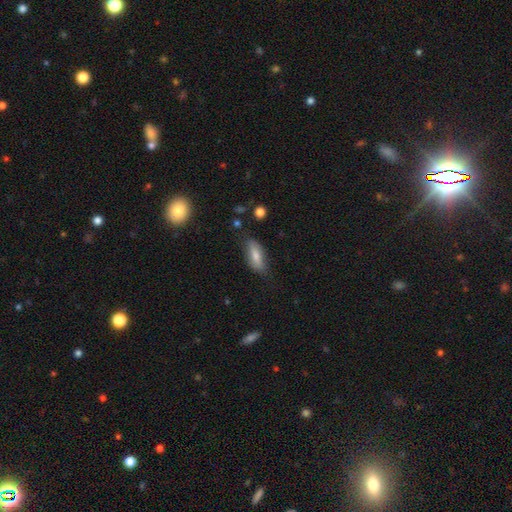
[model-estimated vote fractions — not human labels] Smooth or featured? Predicted: smooth (p=0.69). How rounded? Predicted: in between (p=0.69). Merging? Predicted: none (p=0.75).